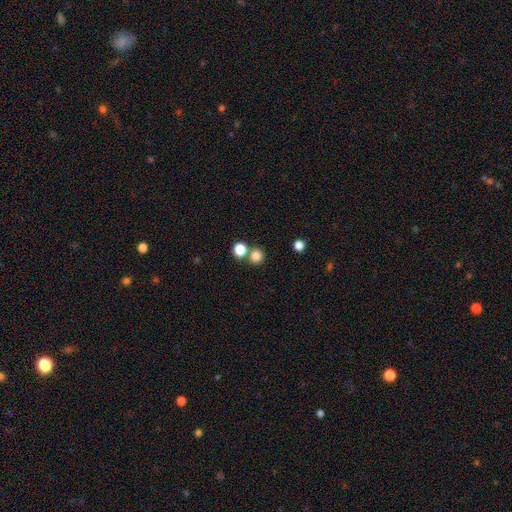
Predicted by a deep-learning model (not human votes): smooth 82%, star or artifact 13%, featured or disk 5%. Down the decision tree: how rounded — round (91%); merging — none (69%).